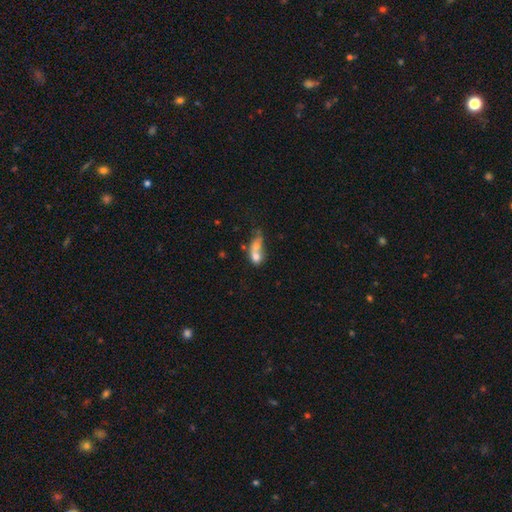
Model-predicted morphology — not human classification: Overall: smooth (62%; featured or disk 26%). How rounded: in between (60%; round 27%). Merging: merger (53%; none 18%).